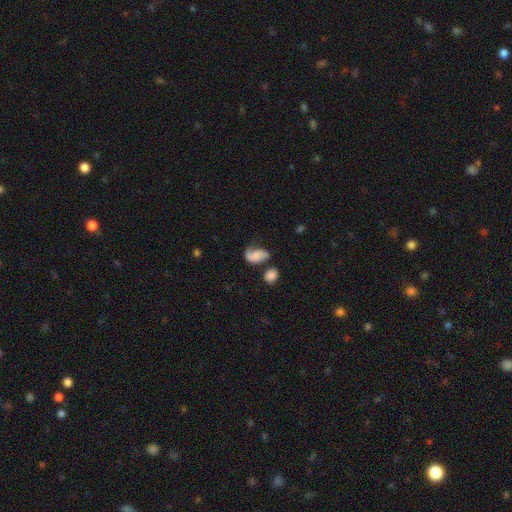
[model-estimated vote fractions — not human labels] A smooth galaxy with no disk features (48%).

Vote fractions:
- Smooth or featured? smooth: 48% / featured or disk: 42% / star or artifact: 10%
- Merging? none: 40% / minor disturbance: 27% / major disturbance: 19% / merger: 14%